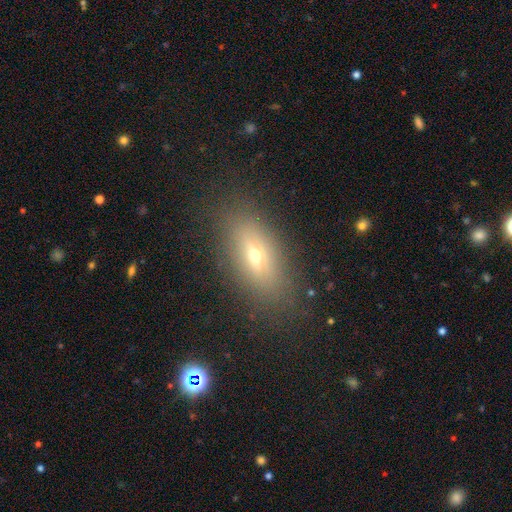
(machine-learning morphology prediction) Smooth or featured?
  - smooth: 53% *
  - featured or disk: 33%
  - star or artifact: 15%
How rounded?
  - in between: 71% *
  - cigar-shaped: 21%
  - round: 8%
Merging?
  - none: 84% *
  - minor disturbance: 10%
  - major disturbance: 4%
  - merger: 2%